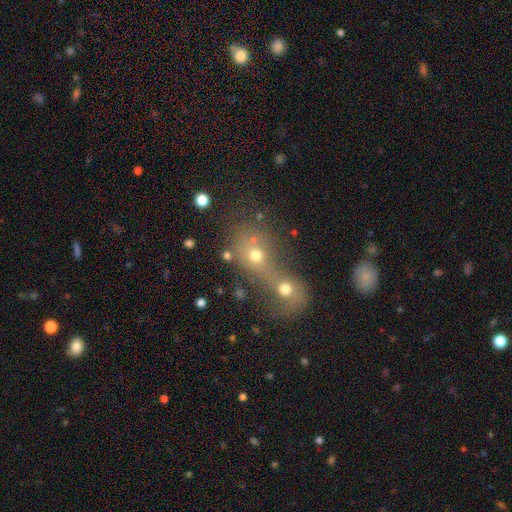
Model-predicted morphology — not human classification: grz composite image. It shows a smooth galaxy with no disk features (60%) that is round (67%). Merging: merger (78%).